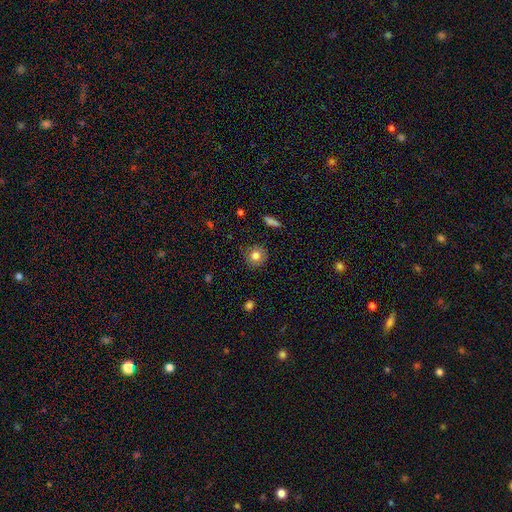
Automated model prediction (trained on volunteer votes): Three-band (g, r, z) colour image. It shows a smooth galaxy with no disk features (80%) that is round (92%). Merging: none (87%).